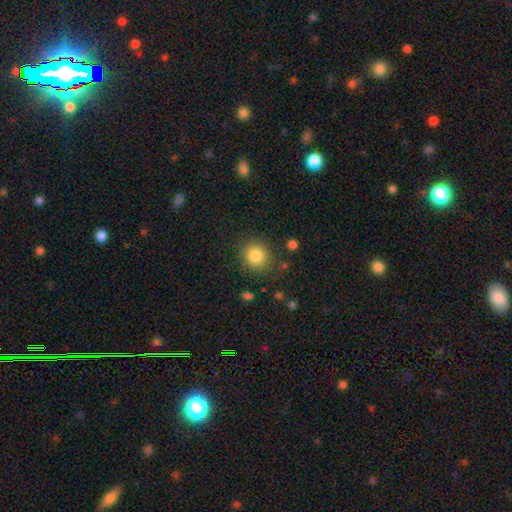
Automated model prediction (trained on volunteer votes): The model was most divided on "how rounded": round: 82%, in between: 17%, cigar-shaped: 1%. More confident: smooth or featured — smooth (84%); merging — none (83%).